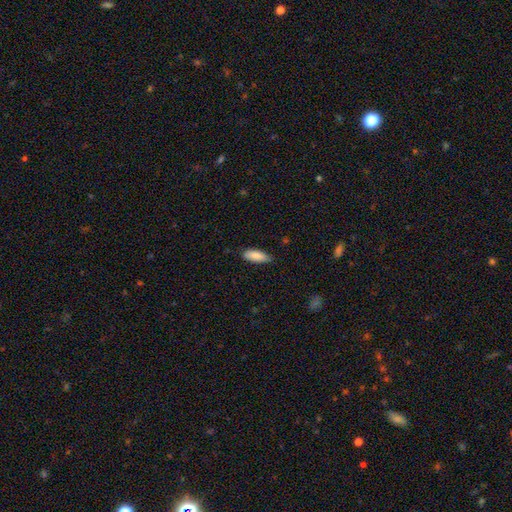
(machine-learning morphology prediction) A smooth galaxy with no disk features (86%) that is in between round and cigar-shaped (71%). Merging: none (77%).